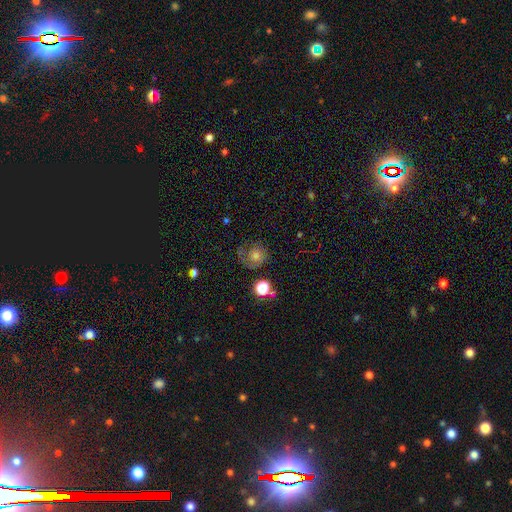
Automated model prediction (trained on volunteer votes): This is possibly a featured or disk galaxy (49%). Merging: possibly none (59%).